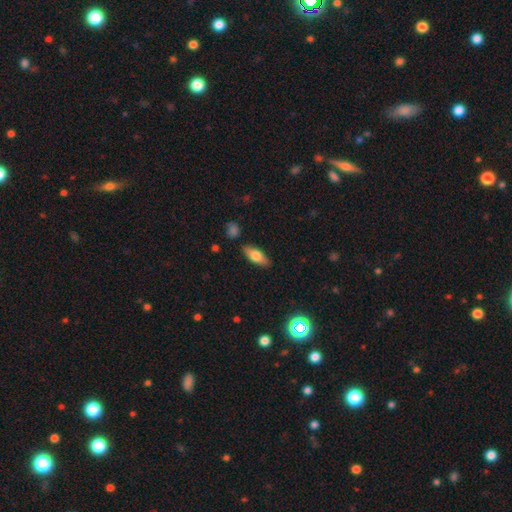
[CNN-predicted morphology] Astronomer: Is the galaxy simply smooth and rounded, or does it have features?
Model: smooth — 69%.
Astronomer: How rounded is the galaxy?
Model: in between — 73%.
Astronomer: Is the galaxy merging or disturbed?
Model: none — 86%.